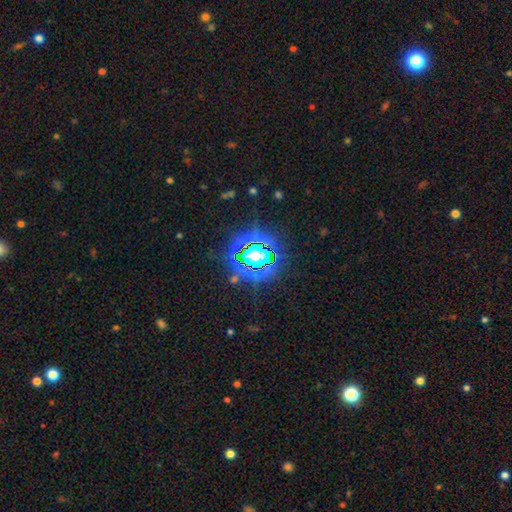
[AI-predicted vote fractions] Smooth or featured?
  - star or artifact: 79% *
  - smooth: 12%
  - featured or disk: 9%